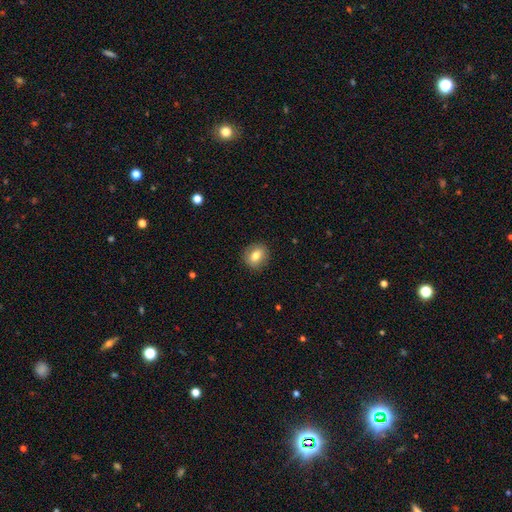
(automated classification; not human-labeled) Smooth or featured?
  - smooth: 75% *
  - featured or disk: 16%
  - star or artifact: 9%
How rounded?
  - round: 71% *
  - in between: 28%
  - cigar-shaped: 1%
Merging?
  - none: 87% *
  - minor disturbance: 9%
  - major disturbance: 2%
  - merger: 1%